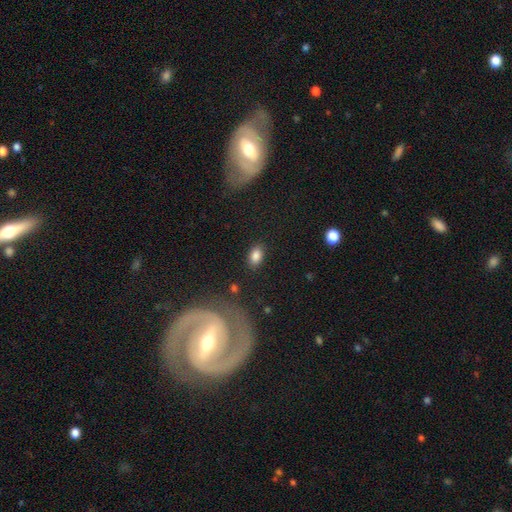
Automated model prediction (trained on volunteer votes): smooth-or-featured: smooth: 85% | star or artifact: 9% | featured or disk: 6%
  how-rounded: in between: 87% | round: 11% | cigar-shaped: 2%
  merging: none: 85% | minor disturbance: 10% | major disturbance: 3% | merger: 2%